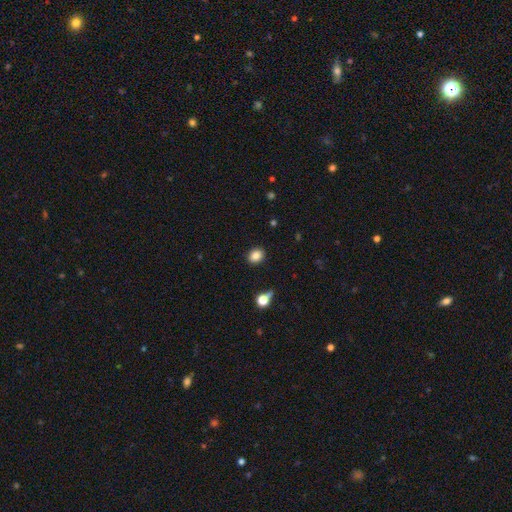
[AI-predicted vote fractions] This is clearly a smooth galaxy (84%). How rounded: possibly round (52%). Merging: clearly none (87%).